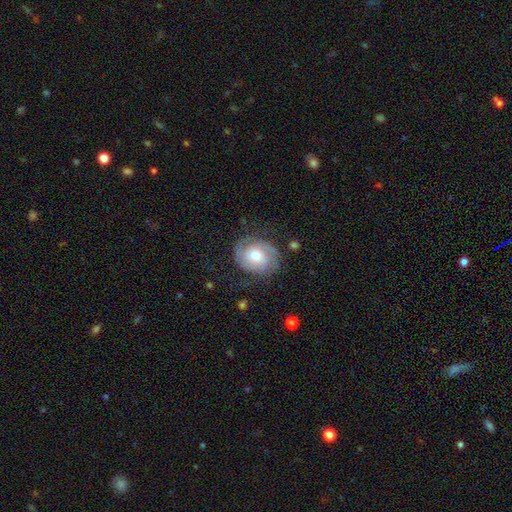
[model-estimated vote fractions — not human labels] Smooth or featured? featured or disk (76%)
Edge-on disk? no (98%)
Bar? no (63%)
Spiral arms? yes (93%)
Spiral winding? tight (57%)
Spiral arm count? 2 (77%)
Bulge size? moderate (62%)
Merging? none (73%)